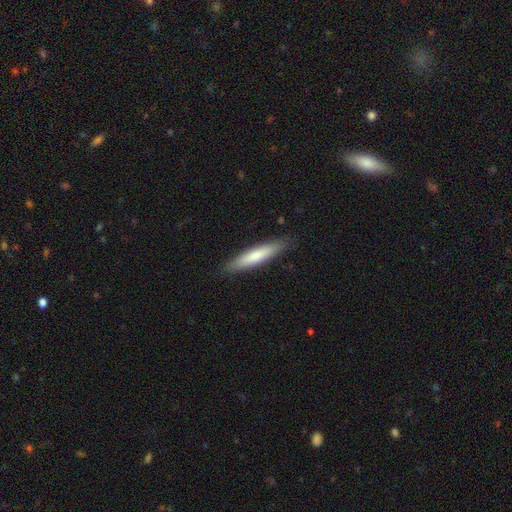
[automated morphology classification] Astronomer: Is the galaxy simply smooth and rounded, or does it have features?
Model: smooth — 73%.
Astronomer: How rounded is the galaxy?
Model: cigar-shaped — 87%.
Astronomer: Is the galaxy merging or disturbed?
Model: none — 88%.